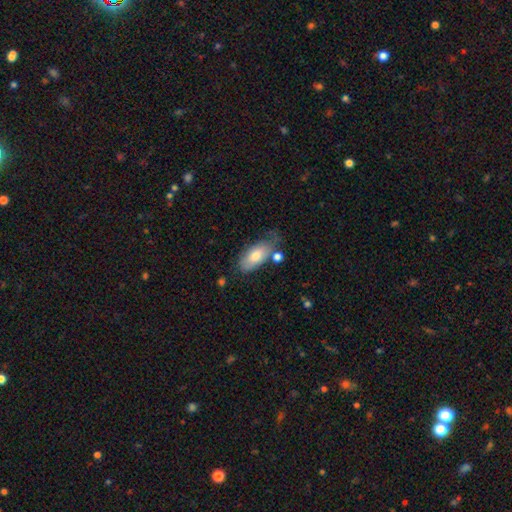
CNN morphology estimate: type=smooth (75%); roundness=in between (90%); merging=none (52%).